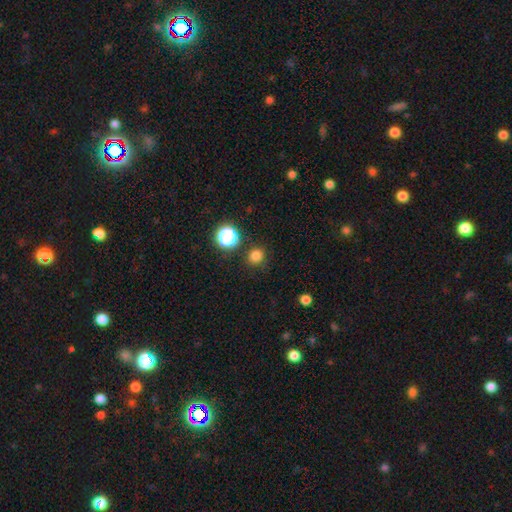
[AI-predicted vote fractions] A smooth galaxy with no disk features (80%) that is round (88%). Merging: none (86%).